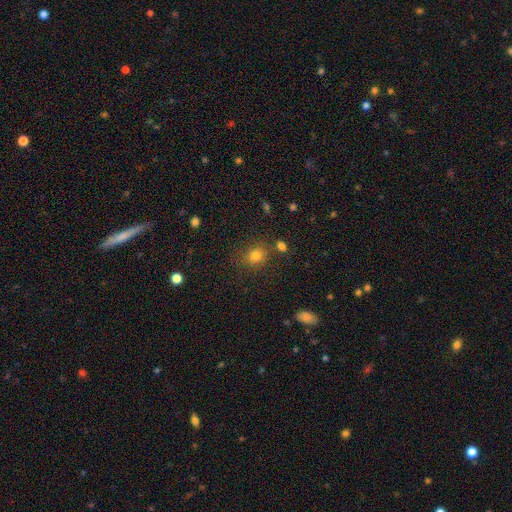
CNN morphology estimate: type=smooth (77%); roundness=round (58%); merging=none (77%).